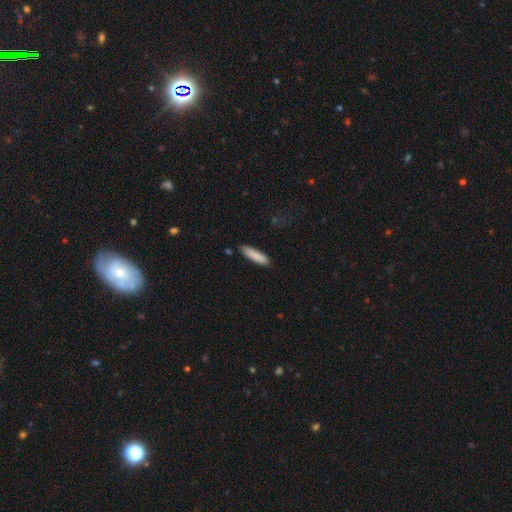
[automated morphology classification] A smooth galaxy with no disk features (86%) that is cigar-shaped (80%).

Vote fractions:
- Smooth or featured? smooth: 86% / featured or disk: 8% / star or artifact: 6%
- How rounded? cigar-shaped: 80% / in between: 19% / round: 1%
- Merging? none: 86% / minor disturbance: 10% / major disturbance: 2% / merger: 2%